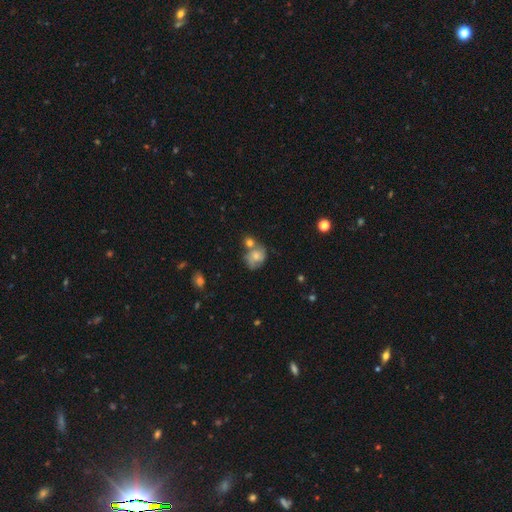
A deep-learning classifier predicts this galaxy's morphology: Smooth or featured? Predicted: smooth (p=0.53). How rounded? Predicted: round (p=0.56). Merging? Predicted: none (p=0.40).